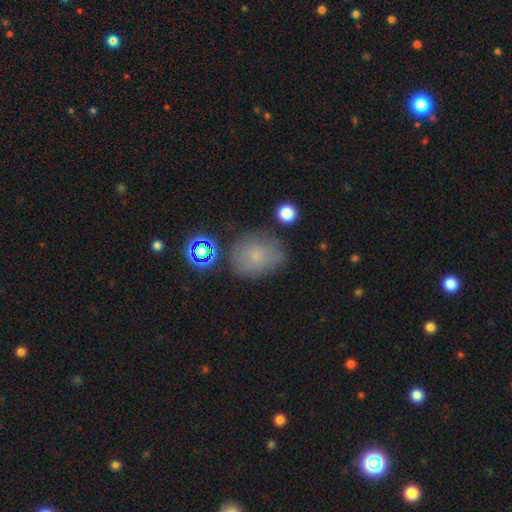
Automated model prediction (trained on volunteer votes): This appears to be a smooth galaxy with no disk features (65%) that is round (62%). Merging: none (67%).